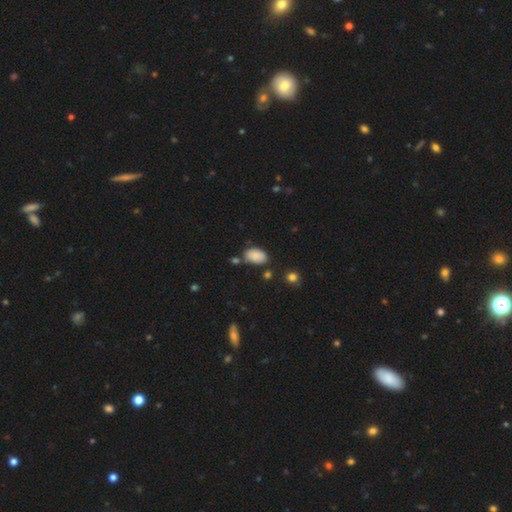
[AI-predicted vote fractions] This is clearly a smooth galaxy (86%). How rounded: clearly in between (92%). Merging: likely none (69%).